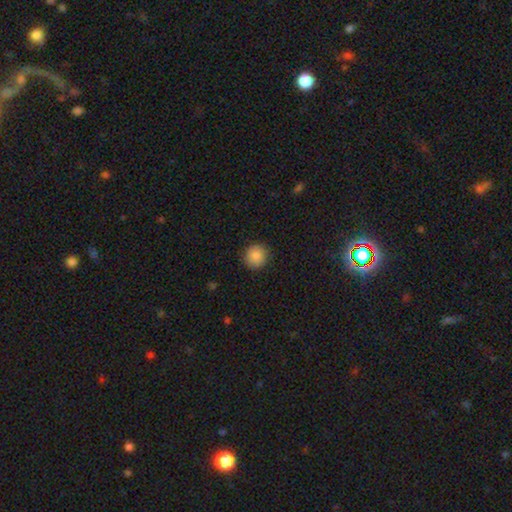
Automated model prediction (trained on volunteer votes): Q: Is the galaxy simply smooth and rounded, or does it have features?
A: smooth — 87%.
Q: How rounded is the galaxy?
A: round — 91%.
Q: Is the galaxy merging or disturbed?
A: none — 90%.